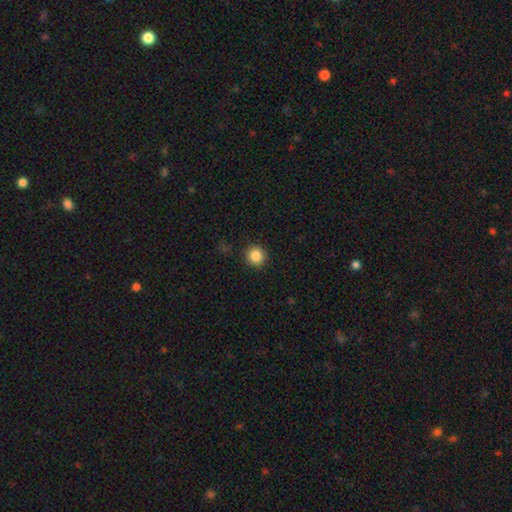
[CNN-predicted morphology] A smooth galaxy with no disk features (86%) that is round (94%). Merging: none (91%).